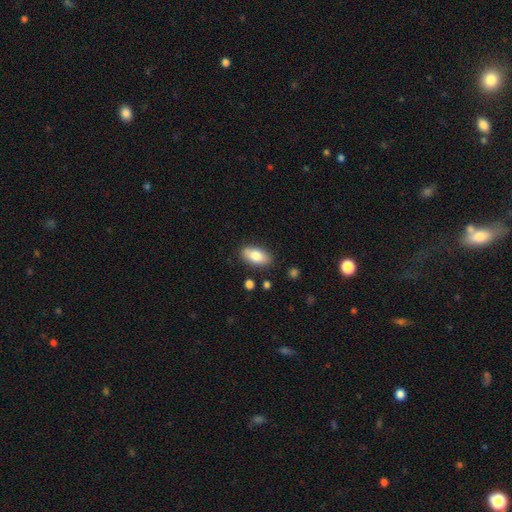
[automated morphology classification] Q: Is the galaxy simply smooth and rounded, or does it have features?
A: smooth — 81%.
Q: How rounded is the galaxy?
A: in between — 91%.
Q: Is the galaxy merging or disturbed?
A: none — 84%.